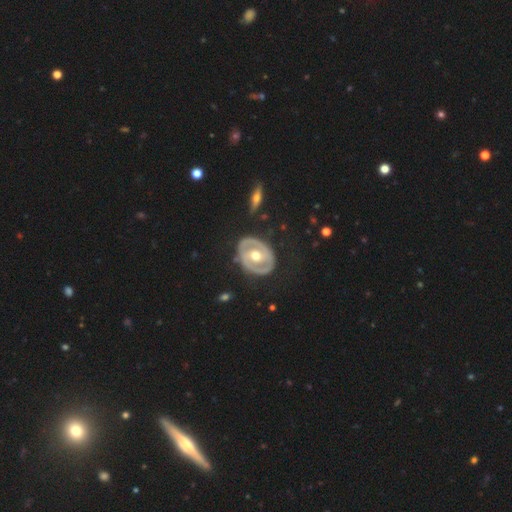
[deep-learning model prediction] Q: Smooth or featured?
A: featured or disk (70%); runner-up: smooth (26%)
Q: Edge-on disk?
A: no (94%); runner-up: yes (6%)
Q: Bar?
A: no (56%); runner-up: weak (27%)
Q: Spiral arms?
A: no (66%); runner-up: yes (34%)
Q: Bulge size?
A: moderate (78%); runner-up: large (10%)
Q: Merging?
A: none (80%); runner-up: minor disturbance (13%)